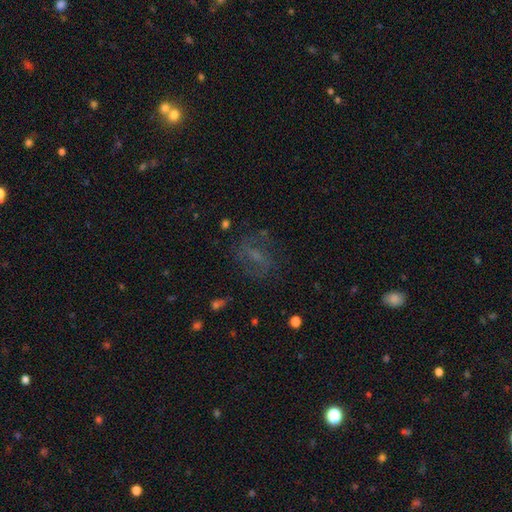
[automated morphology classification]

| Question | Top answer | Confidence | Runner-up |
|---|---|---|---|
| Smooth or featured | featured or disk | 45% | smooth (31%) |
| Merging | none | 67% | minor disturbance (16%) |